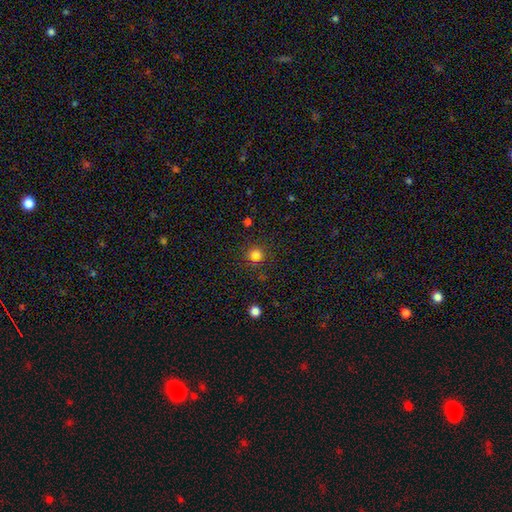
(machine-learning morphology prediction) Smooth or featured? smooth (71%)
How rounded? round (89%)
Merging? none (85%)